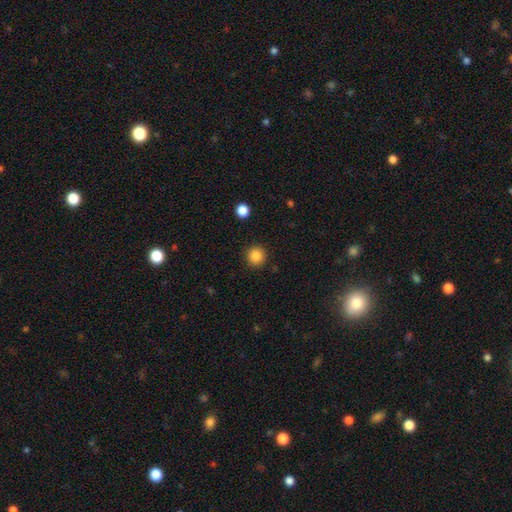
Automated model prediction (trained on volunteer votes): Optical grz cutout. It shows a smooth galaxy with no disk features (86%) that is round (95%). Merging: none (92%).